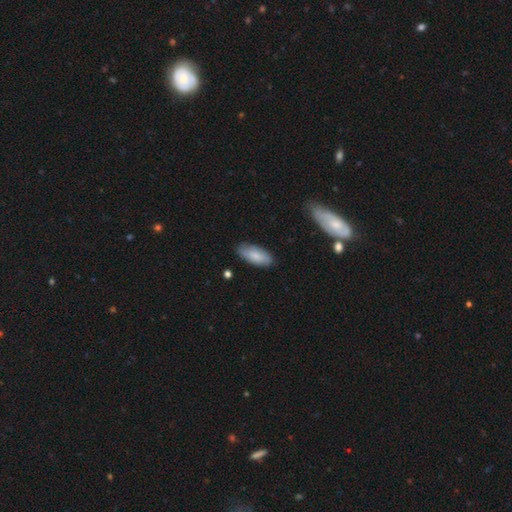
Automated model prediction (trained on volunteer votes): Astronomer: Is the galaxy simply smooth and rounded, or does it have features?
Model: smooth — 80%.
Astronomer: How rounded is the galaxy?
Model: in between — 86%.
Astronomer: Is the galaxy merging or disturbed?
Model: none — 80%.